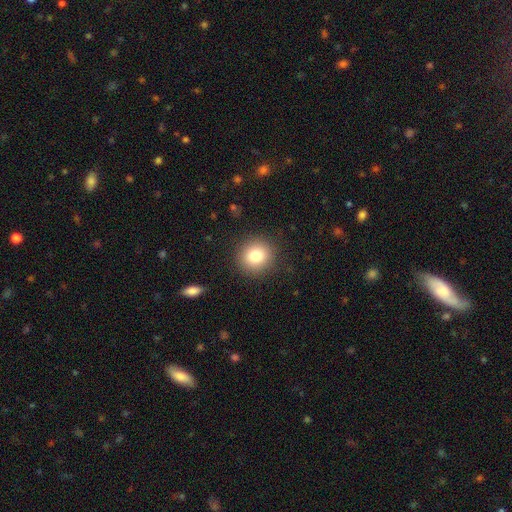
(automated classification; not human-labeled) smooth_or_featured: smooth (p=0.81) [alt: star or artifact p=0.10]
how_rounded: round (p=0.89) [alt: in between p=0.10]
merging: none (p=0.89) [alt: minor disturbance p=0.07]